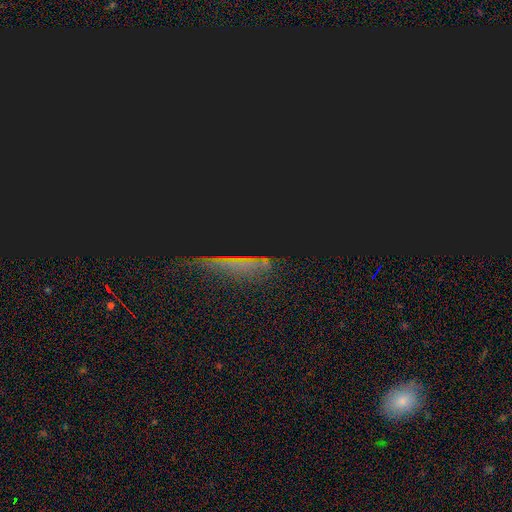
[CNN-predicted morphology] star or artifact 65%, smooth 21%, featured or disk 15%.